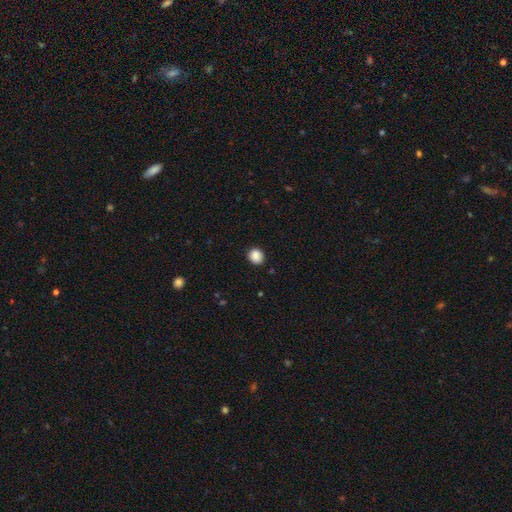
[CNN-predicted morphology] Smooth or featured: smooth — 88% (star or artifact — 9%)
How rounded: round — 74% (in between — 25%)
Merging: none — 88% (minor disturbance — 9%)